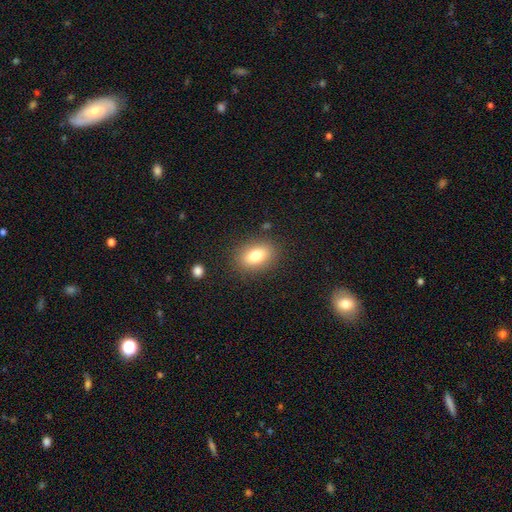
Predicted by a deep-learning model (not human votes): Smooth or featured? smooth (78%)
How rounded? in between (78%)
Merging? none (85%)